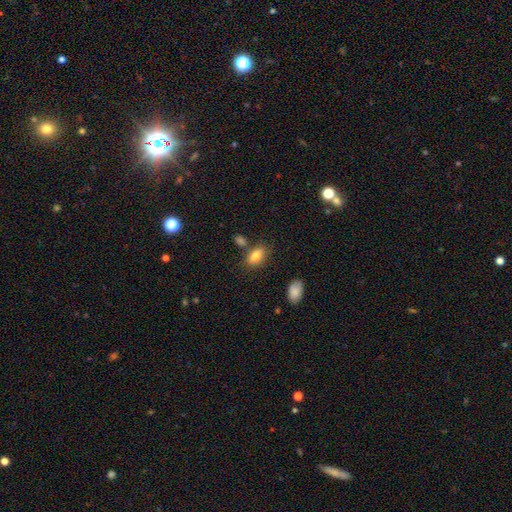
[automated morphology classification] smooth_or_featured: smooth (p=0.81) [alt: featured or disk p=0.10]
how_rounded: in between (p=0.89) [alt: round p=0.06]
merging: none (p=0.73) [alt: minor disturbance p=0.14]